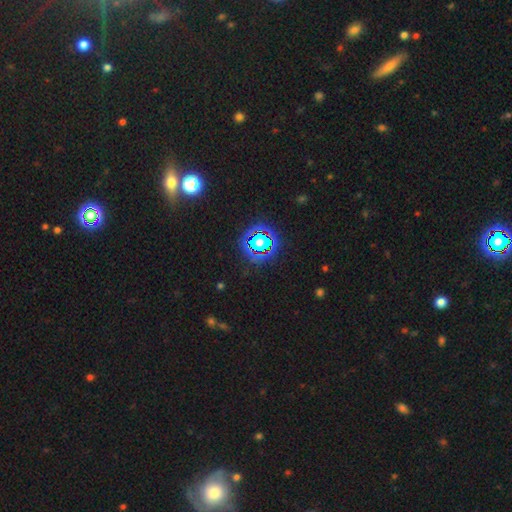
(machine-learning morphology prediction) Smooth or featured: star or artifact — 80% (smooth — 12%)